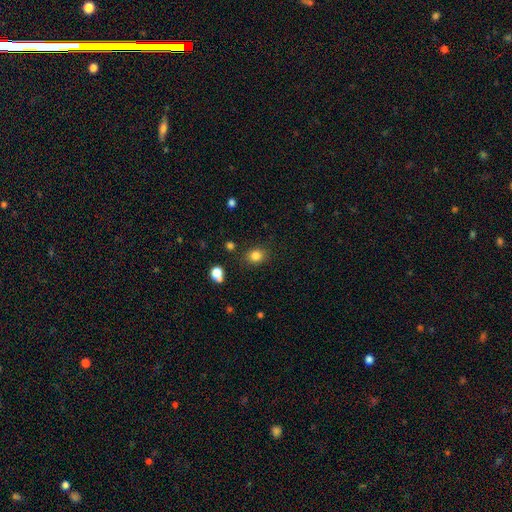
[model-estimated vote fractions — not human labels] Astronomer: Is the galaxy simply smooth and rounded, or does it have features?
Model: smooth — 82%.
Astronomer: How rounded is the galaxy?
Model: round — 61% (runner-up: in between, 38%).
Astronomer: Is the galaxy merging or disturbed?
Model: none — 83%.